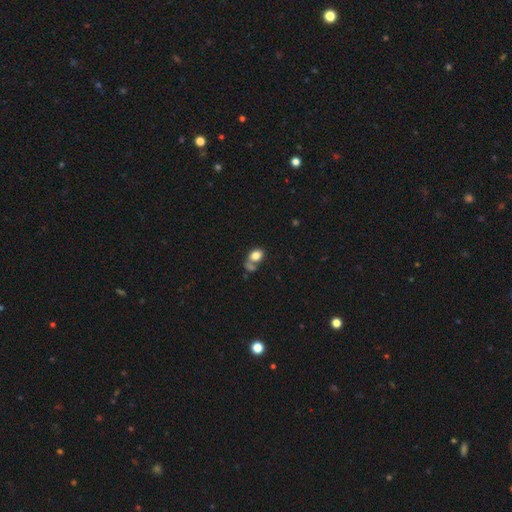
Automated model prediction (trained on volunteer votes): Smooth or featured: smooth — 80% (featured or disk — 11%)
How rounded: in between — 62% (round — 37%)
Merging: none — 40% (merger — 37%)